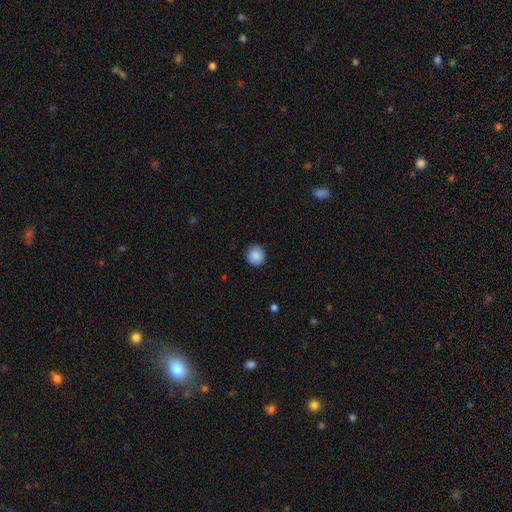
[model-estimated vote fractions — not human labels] This appears to be a smooth galaxy with no disk features (88%) that is round (93%). Merging: none (91%).